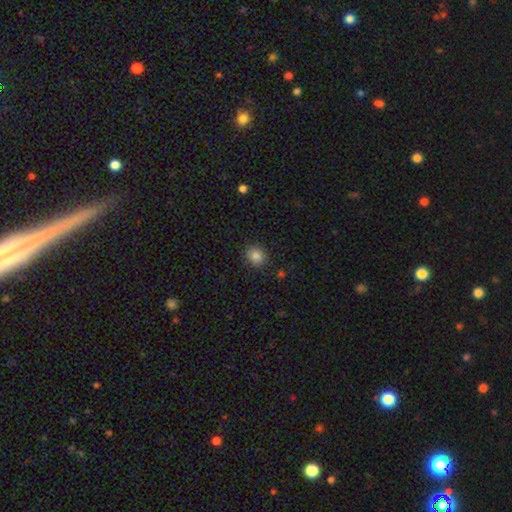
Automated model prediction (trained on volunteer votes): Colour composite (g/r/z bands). It shows a smooth galaxy with no disk features (86%) that is round (80%). Merging: none (88%).